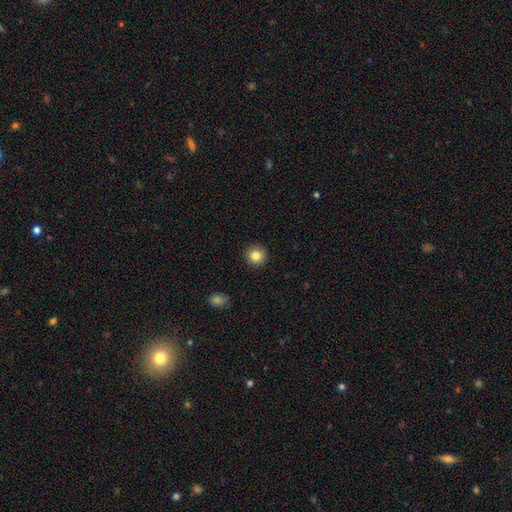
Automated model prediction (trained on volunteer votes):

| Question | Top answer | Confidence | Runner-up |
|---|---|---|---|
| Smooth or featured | smooth | 84% | star or artifact (10%) |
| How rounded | round | 94% | in between (5%) |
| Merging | none | 91% | minor disturbance (6%) |